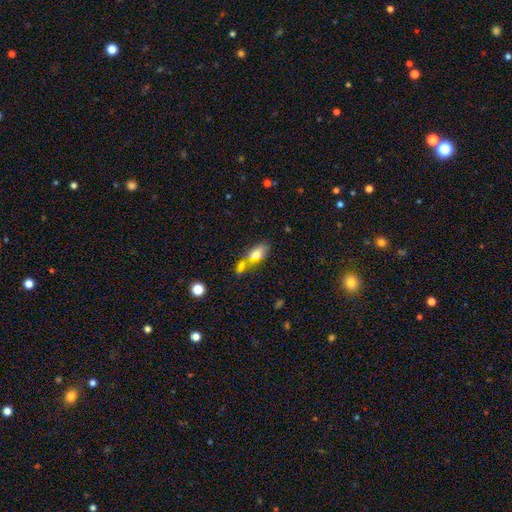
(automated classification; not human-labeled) smooth_or_featured: smooth (p=0.74) [alt: featured or disk p=0.17]
how_rounded: in between (p=0.84) [alt: cigar-shaped p=0.10]
merging: merger (p=0.49) [alt: none p=0.33]